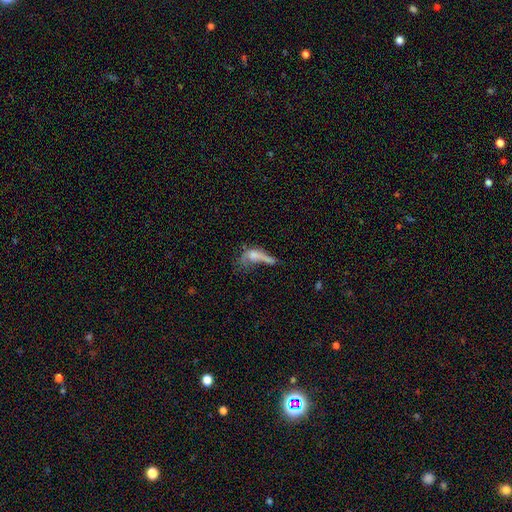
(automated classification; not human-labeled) Smooth or featured: smooth — 52% (featured or disk — 35%)
How rounded: in between — 63% (cigar-shaped — 26%)
Merging: major disturbance — 44% (merger — 26%)